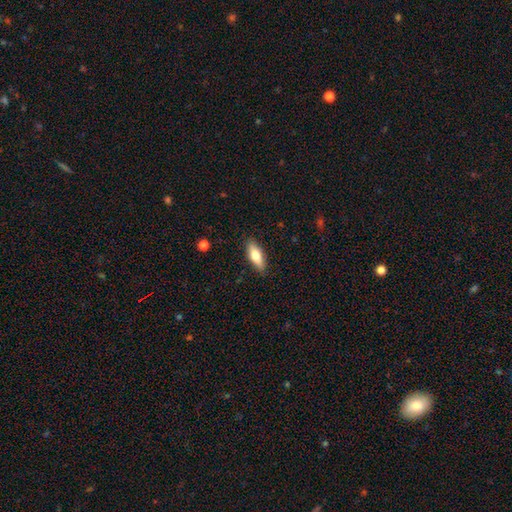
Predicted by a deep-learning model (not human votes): This appears to be a smooth galaxy with no disk features (74%) that is in between round and cigar-shaped (69%). Merging: none (87%).